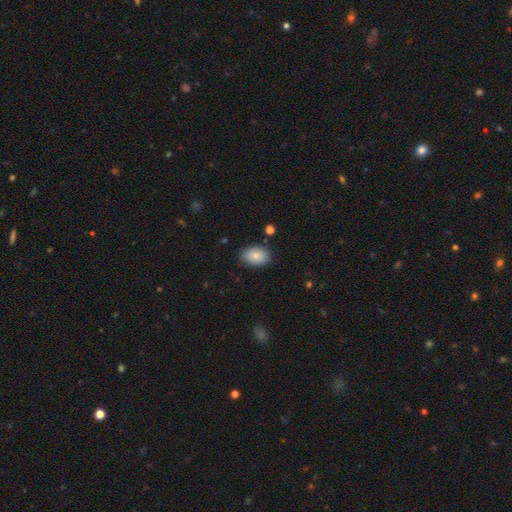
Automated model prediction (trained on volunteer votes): smooth-or-featured: smooth: 85% | featured or disk: 8% | star or artifact: 7%
  how-rounded: in between: 85% | round: 14% | cigar-shaped: 1%
  merging: none: 80% | minor disturbance: 15% | major disturbance: 3% | merger: 2%